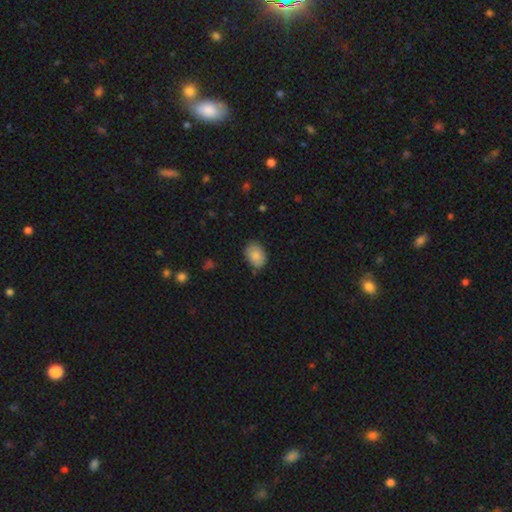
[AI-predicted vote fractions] This is clearly a smooth galaxy (85%). How rounded: likely in between (76%). Merging: likely none (76%).